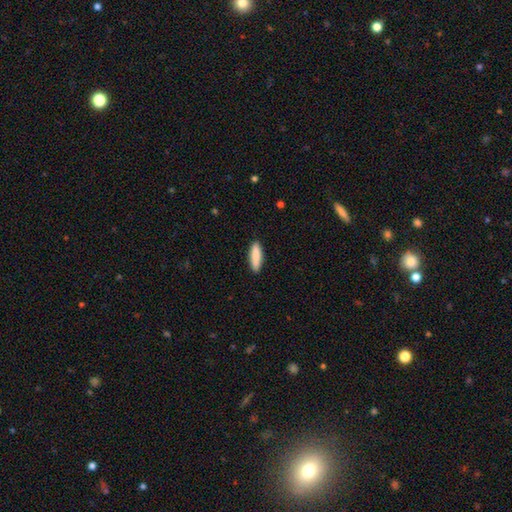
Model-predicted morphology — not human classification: Overall: smooth (87%). How rounded: cigar-shaped (66%; in between 32%). Merging: none (89%).